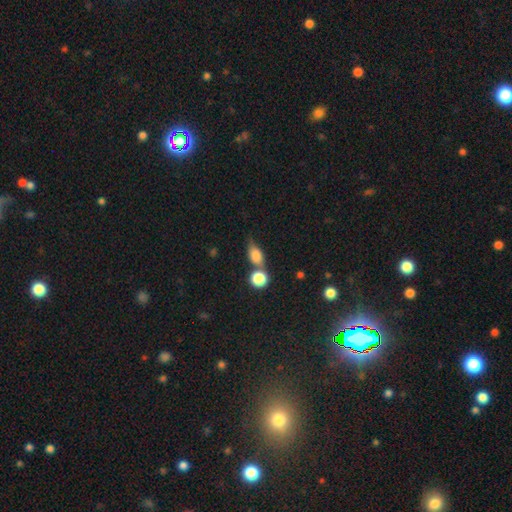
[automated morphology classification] smooth-or-featured: smooth: 80% | featured or disk: 10% | star or artifact: 10%
  how-rounded: in between: 70% | round: 25% | cigar-shaped: 5%
  merging: none: 44% | merger: 32% | minor disturbance: 17% | major disturbance: 7%